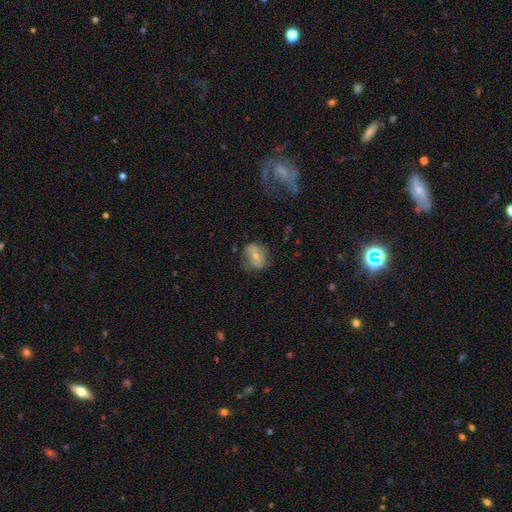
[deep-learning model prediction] The model was most divided on "smooth or featured": featured or disk: 46%, smooth: 45%, star or artifact: 9%. More confident: merging — none (65%).